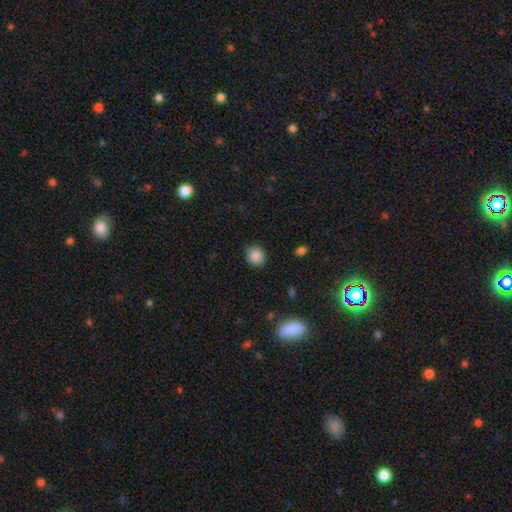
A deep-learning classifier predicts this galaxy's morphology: smooth 87%, star or artifact 9%, featured or disk 3%. Down the decision tree: how rounded — round (82%); merging — none (86%).